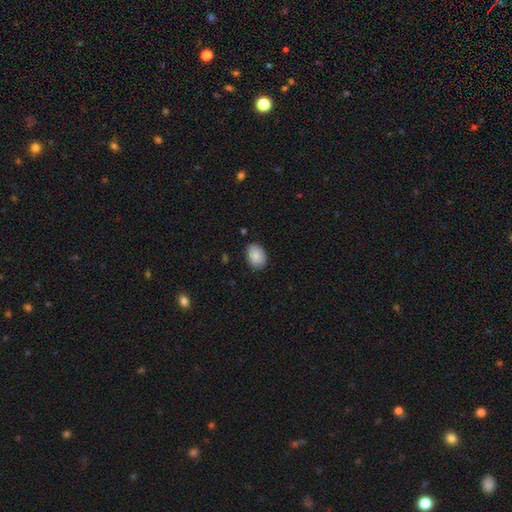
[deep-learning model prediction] This is clearly a smooth galaxy (86%). How rounded: clearly in between (81%). Merging: clearly none (82%).